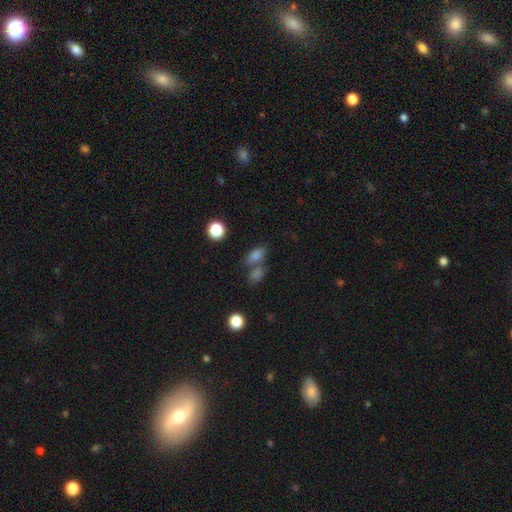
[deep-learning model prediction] Smooth or featured?
  - smooth: 77% *
  - star or artifact: 14%
  - featured or disk: 9%
How rounded?
  - in between: 80% *
  - round: 13%
  - cigar-shaped: 7%
Merging?
  - none: 45% *
  - merger: 39%
  - minor disturbance: 11%
  - major disturbance: 5%